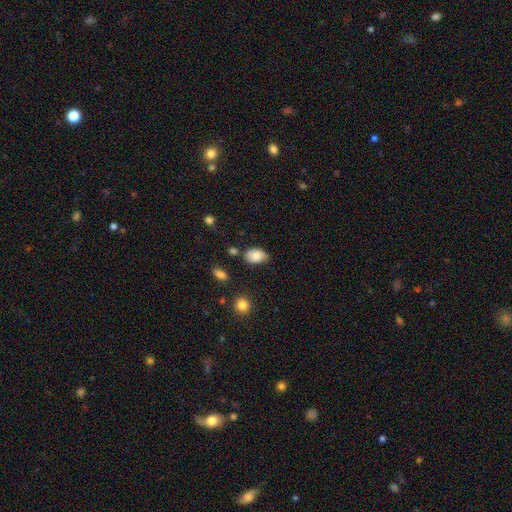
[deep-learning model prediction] A smooth galaxy with no disk features (83%) that is in between round and cigar-shaped (87%).

Vote fractions:
- Smooth or featured? smooth: 83% / featured or disk: 9% / star or artifact: 8%
- How rounded? in between: 87% / round: 11% / cigar-shaped: 1%
- Merging? none: 63% / minor disturbance: 28% / major disturbance: 5% / merger: 4%